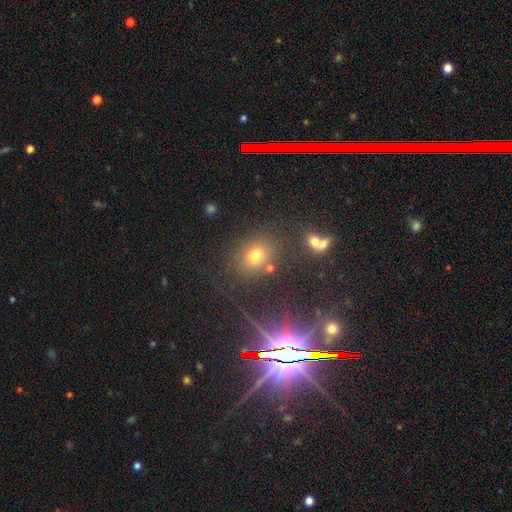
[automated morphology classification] type=smooth (68%); roundness=round (53%); merging=none (72%).